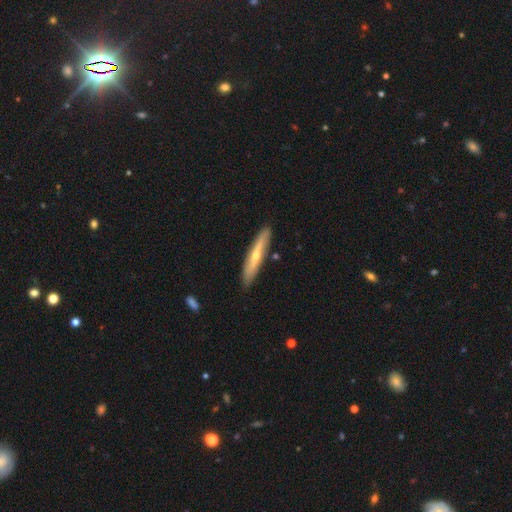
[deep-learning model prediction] Morphology: type=featured or disk (52%); edge-on=yes (81%); merging=none (85%).